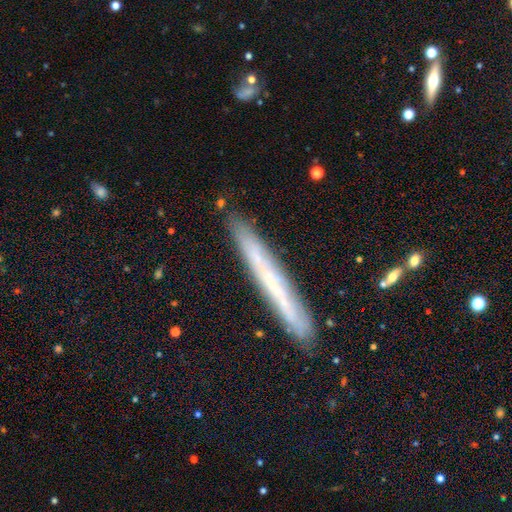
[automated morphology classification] smooth 53%, featured or disk 38%, star or artifact 9%. Down the decision tree: how rounded — cigar-shaped (91%); merging — none (84%).